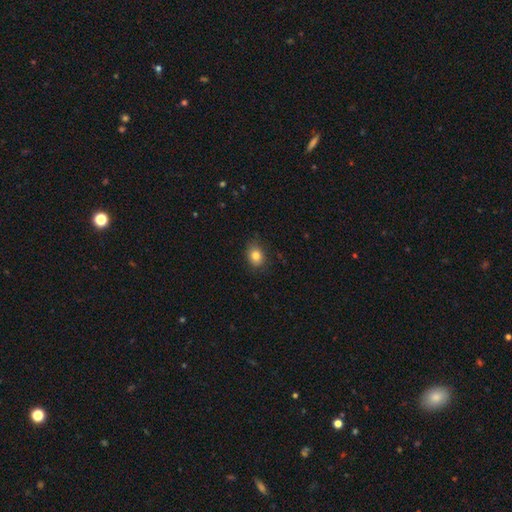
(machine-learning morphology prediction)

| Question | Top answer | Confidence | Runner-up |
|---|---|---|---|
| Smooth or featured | smooth | 83% | star or artifact (10%) |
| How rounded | round | 50% | tied: in between (50%) |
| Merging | none | 82% | minor disturbance (14%) |